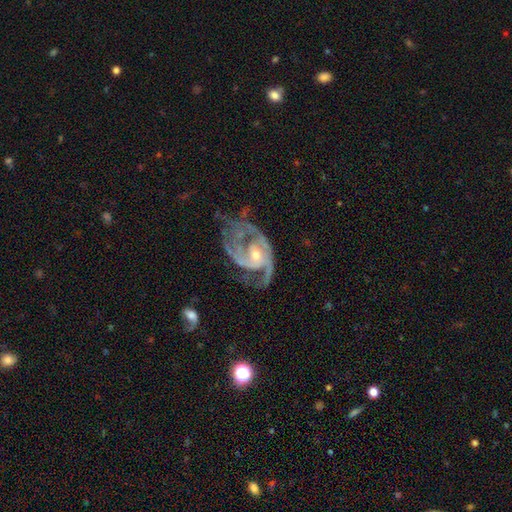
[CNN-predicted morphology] smooth-or-featured: featured or disk: 89% | smooth: 6% | star or artifact: 6%
  disk-edge-on: no: 97% | yes: 3%
    bar: no: 61% | weak: 31% | strong: 8%
    has-spiral-arms: yes: 94% | no: 6%
      spiral-winding: medium: 48% | tight: 31% | loose: 21%
      spiral-arm-count: 2: 48% | 3: 21% | can't tell: 16% | 1: 6% | 4: 5% | more than 4: 4%
    bulge-size: moderate: 50% | small: 45% | large: 3% | none: 2% | dominant: 1%
  merging: none: 38% | major disturbance: 36% | minor disturbance: 22% | merger: 4%